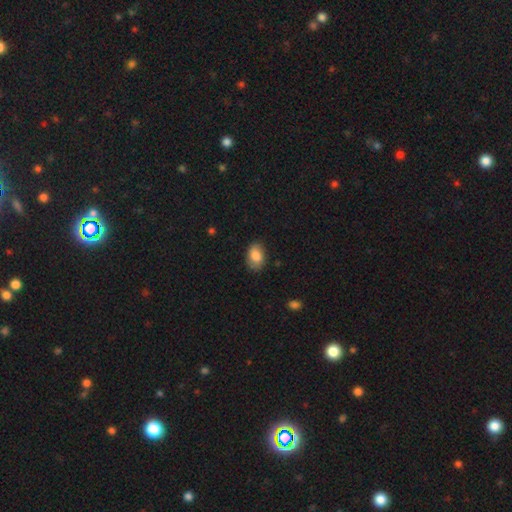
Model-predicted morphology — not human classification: Smooth or featured? smooth (84%)
How rounded? in between (86%)
Merging? none (81%)